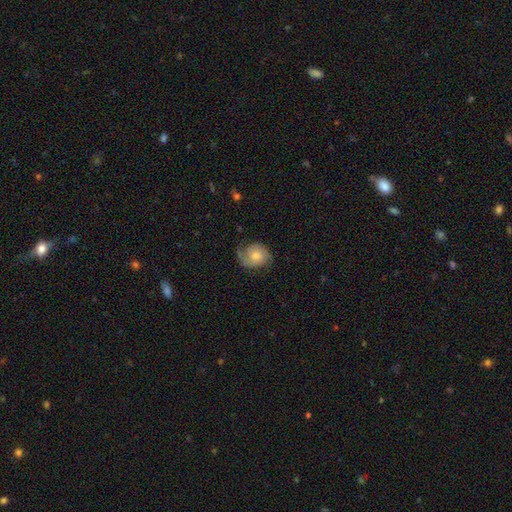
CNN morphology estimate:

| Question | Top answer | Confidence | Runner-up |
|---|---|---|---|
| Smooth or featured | featured or disk | 63% | smooth (29%) |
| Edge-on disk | no | 97% | yes (3%) |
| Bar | no | 74% | weak (23%) |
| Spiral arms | yes | 92% | no (8%) |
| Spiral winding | medium | 39% | tight (38%) |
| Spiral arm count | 2 | 62% | 1 (23%) |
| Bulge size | moderate | 50% | small (35%) |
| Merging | none | 61% | minor disturbance (24%) |